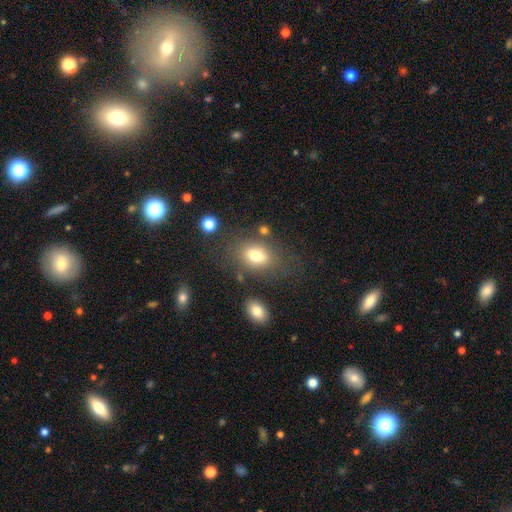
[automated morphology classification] smooth 75%, featured or disk 15%, star or artifact 11%. Down the decision tree: how rounded — in between (77%); merging — none (68%).